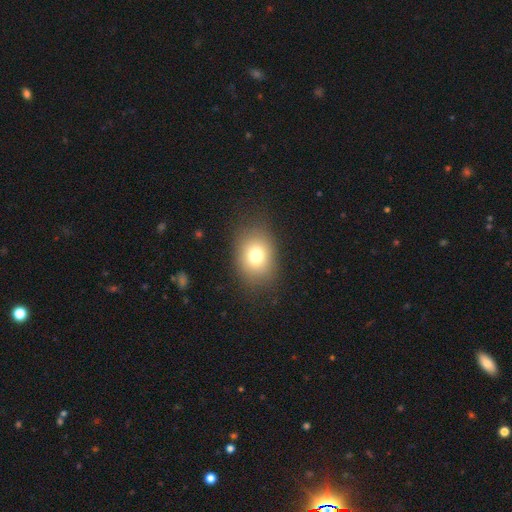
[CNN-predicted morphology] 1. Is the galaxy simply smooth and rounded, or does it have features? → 75% smooth, 13% star or artifact, 12% featured or disk.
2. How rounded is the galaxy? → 61% in between, 38% round, 1% cigar-shaped.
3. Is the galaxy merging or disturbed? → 83% none, 11% minor disturbance, 5% major disturbance, 1% merger.